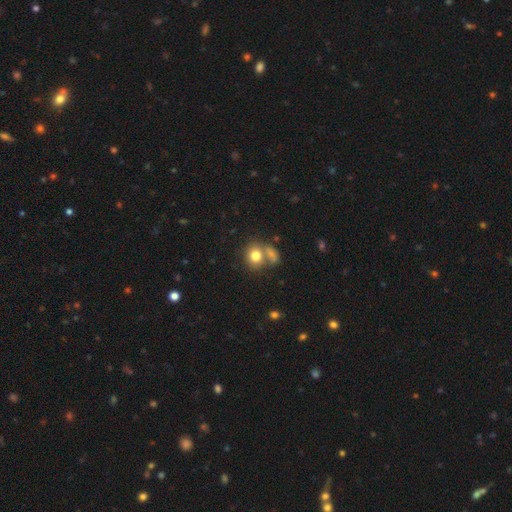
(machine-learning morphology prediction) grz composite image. It shows a smooth galaxy with no disk features (79%) that is round (65%). Merging: none (48%).